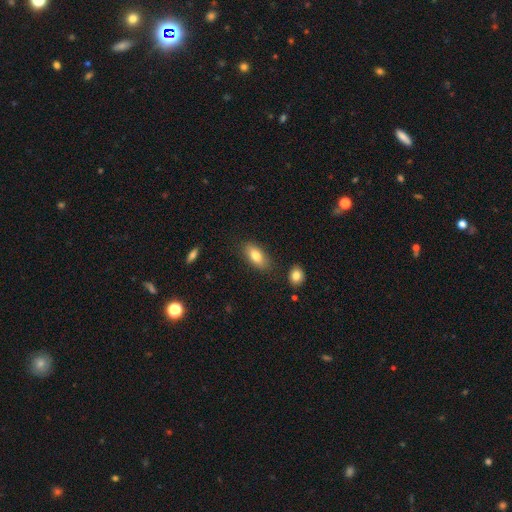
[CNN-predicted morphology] A smooth galaxy with no disk features (79%) that is in between round and cigar-shaped (86%).

Vote fractions:
- Smooth or featured? smooth: 79% / featured or disk: 14% / star or artifact: 7%
- How rounded? in between: 86% / cigar-shaped: 10% / round: 4%
- Merging? none: 81% / minor disturbance: 13% / merger: 3% / major disturbance: 3%